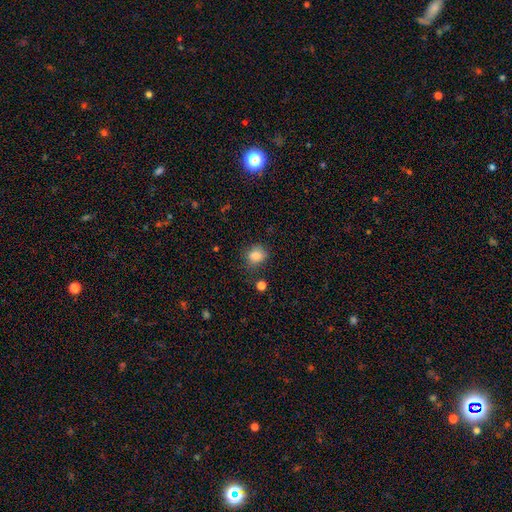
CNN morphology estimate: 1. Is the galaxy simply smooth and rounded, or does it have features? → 83% smooth, 11% star or artifact, 6% featured or disk.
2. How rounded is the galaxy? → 60% round, 39% in between, 1% cigar-shaped.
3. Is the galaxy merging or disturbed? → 70% none, 21% minor disturbance, 6% major disturbance, 3% merger.